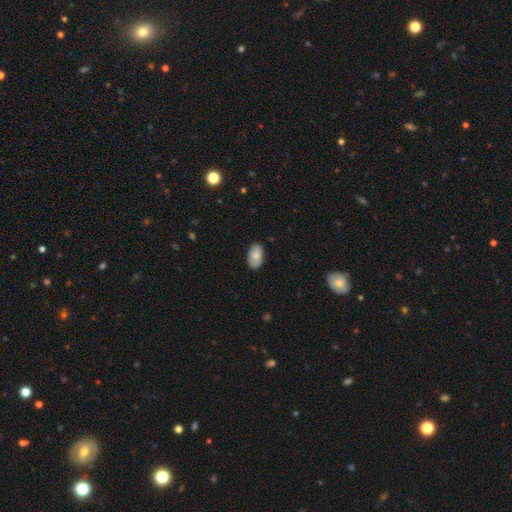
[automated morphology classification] The model was most divided on "smooth or featured": smooth: 82%, featured or disk: 11%, star or artifact: 6%. More confident: how rounded — in between (94%); merging — none (85%).